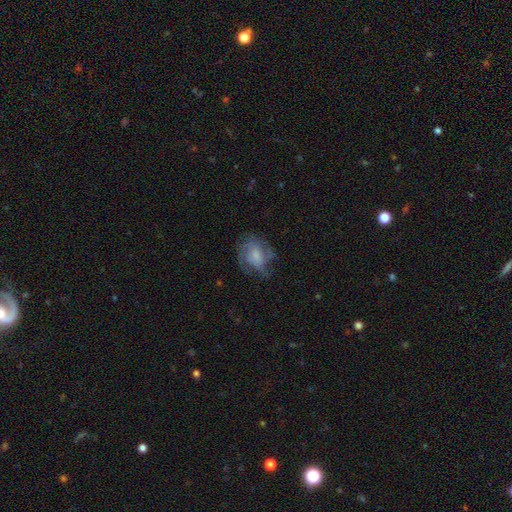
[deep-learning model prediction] This is possibly a featured or disk galaxy (51%). It is clearly not viewed edge-on (97%). Merging: possibly none (50%).